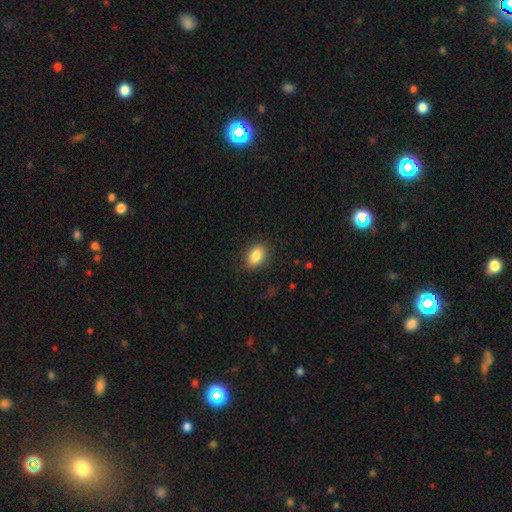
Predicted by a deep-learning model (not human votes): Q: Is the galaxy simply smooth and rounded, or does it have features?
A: smooth — 85%.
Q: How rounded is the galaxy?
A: in between — 83%.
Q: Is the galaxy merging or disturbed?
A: none — 87%.